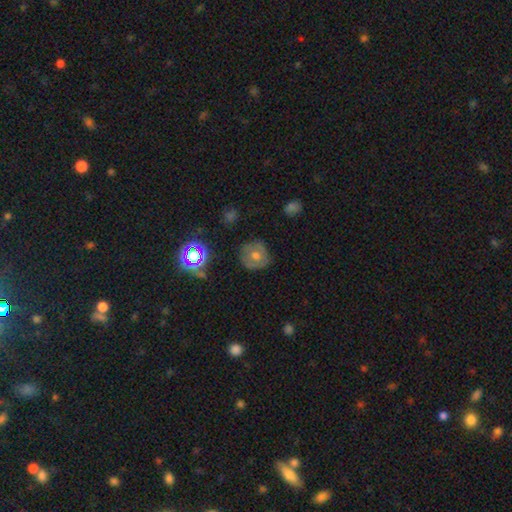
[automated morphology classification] This appears to be a smooth galaxy with no disk features (52%) that is round (87%). Merging: none (76%).